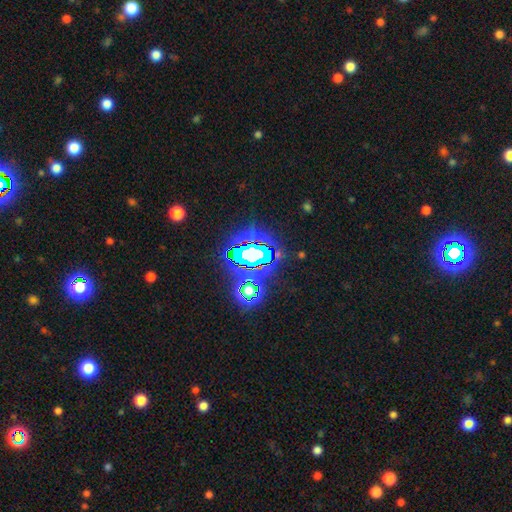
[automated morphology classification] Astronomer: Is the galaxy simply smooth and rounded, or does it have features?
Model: star or artifact — 81%.